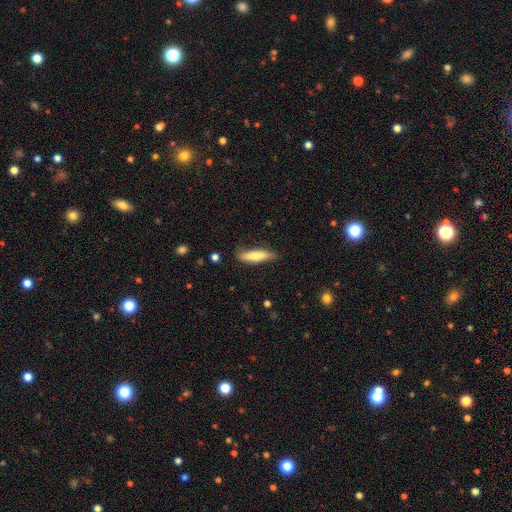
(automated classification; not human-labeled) Smooth or featured? smooth (79%)
How rounded? cigar-shaped (71%)
Merging? none (79%)